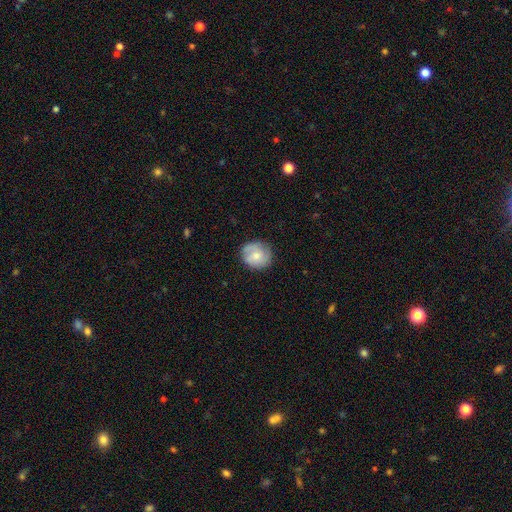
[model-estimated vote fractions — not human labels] smooth-or-featured: smooth: 53% | featured or disk: 40% | star or artifact: 7%
  how-rounded: round: 86% | in between: 13% | cigar-shaped: 1%
  merging: none: 77% | minor disturbance: 17% | major disturbance: 5% | merger: 1%